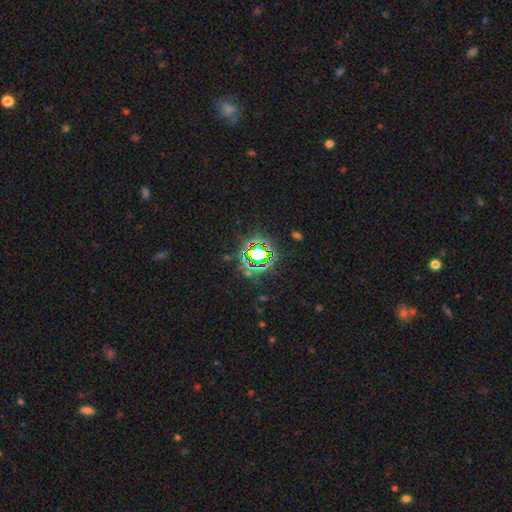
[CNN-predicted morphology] smooth_or_featured: star or artifact (p=0.74) [alt: smooth p=0.15]